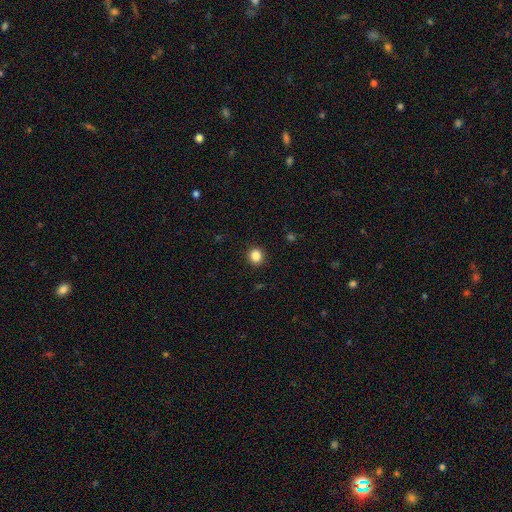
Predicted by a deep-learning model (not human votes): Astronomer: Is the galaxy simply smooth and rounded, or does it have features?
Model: smooth — 85%.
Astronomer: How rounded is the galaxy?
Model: round — 87%.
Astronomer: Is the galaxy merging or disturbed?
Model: none — 92%.